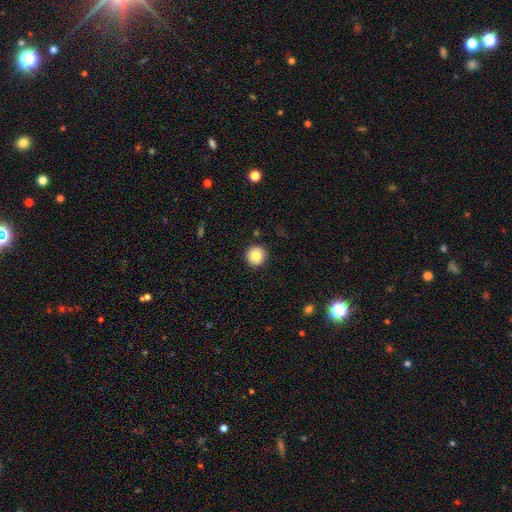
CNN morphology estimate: smooth-or-featured: smooth: 83% | star or artifact: 9% | featured or disk: 8%
  how-rounded: round: 95% | in between: 4% | cigar-shaped: 1%
  merging: none: 92% | minor disturbance: 6% | major disturbance: 2% | merger: 1%